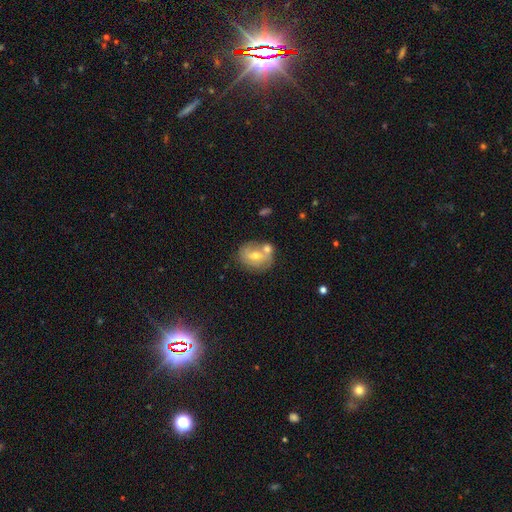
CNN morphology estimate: Smooth or featured: featured or disk — 48% (smooth — 44%)
Merging: none — 47% (merger — 31%)